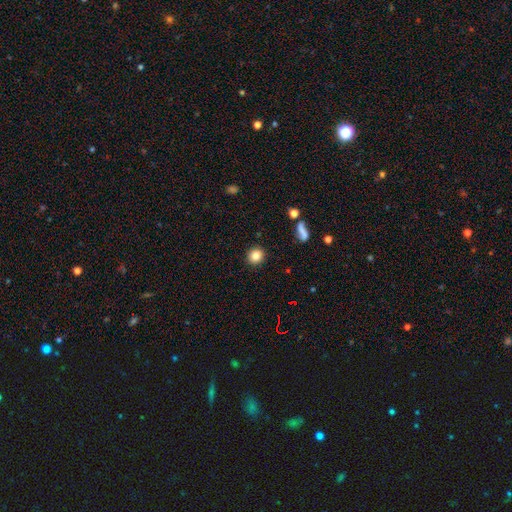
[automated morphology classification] Smooth or featured: smooth — 84% (star or artifact — 11%)
How rounded: round — 87% (in between — 12%)
Merging: none — 91% (minor disturbance — 6%)